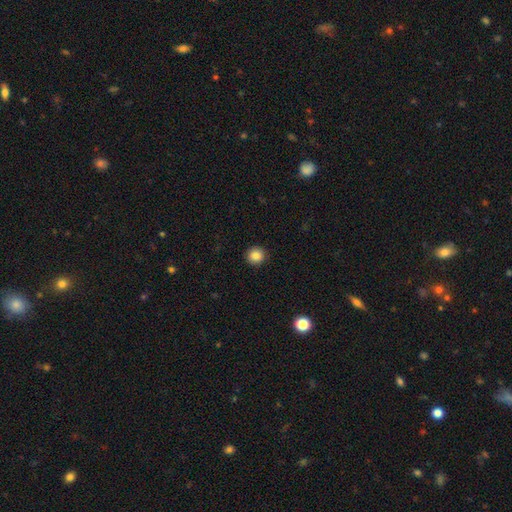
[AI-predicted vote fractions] The model was most divided on "smooth or featured": smooth: 86%, star or artifact: 10%, featured or disk: 5%. More confident: how rounded — round (93%); merging — none (92%).